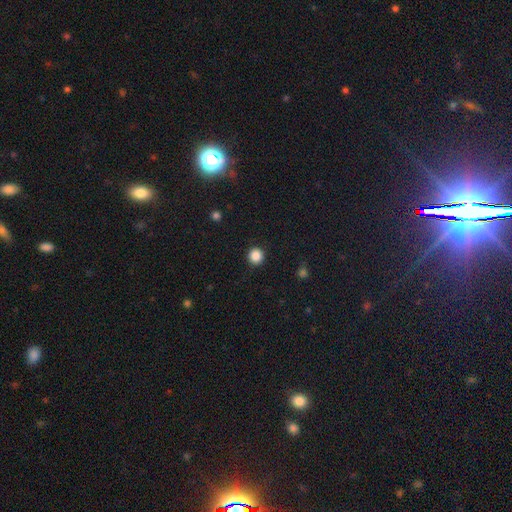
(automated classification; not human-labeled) Smooth or featured?
  - smooth: 87% *
  - star or artifact: 10%
  - featured or disk: 3%
How rounded?
  - round: 95% *
  - in between: 4%
  - cigar-shaped: 1%
Merging?
  - none: 92% *
  - minor disturbance: 5%
  - major disturbance: 2%
  - merger: 1%